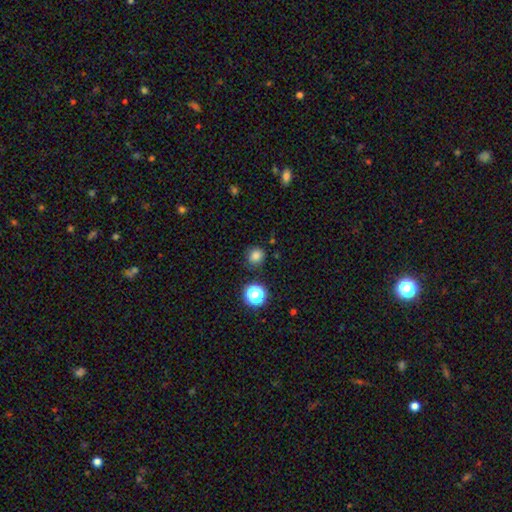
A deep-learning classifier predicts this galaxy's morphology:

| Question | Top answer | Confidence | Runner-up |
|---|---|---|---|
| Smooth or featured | smooth | 80% | star or artifact (15%) |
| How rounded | round | 80% | in between (19%) |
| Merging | none | 82% | minor disturbance (12%) |